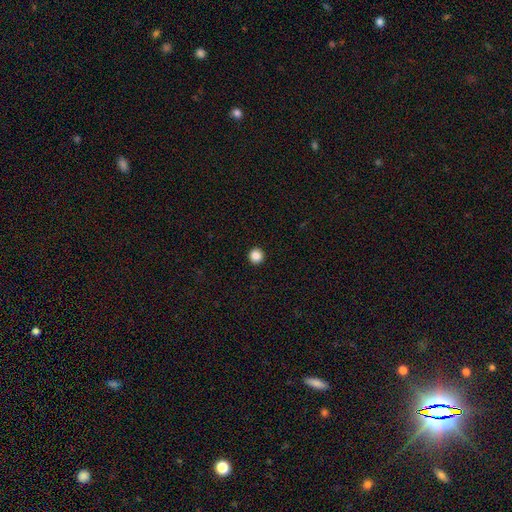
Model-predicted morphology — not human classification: A smooth galaxy with no disk features (86%) that is round (96%).

Vote fractions:
- Smooth or featured? smooth: 86% / star or artifact: 10% / featured or disk: 4%
- How rounded? round: 96% / in between: 3% / cigar-shaped: 1%
- Merging? none: 95% / minor disturbance: 3% / major disturbance: 1% / merger: 1%